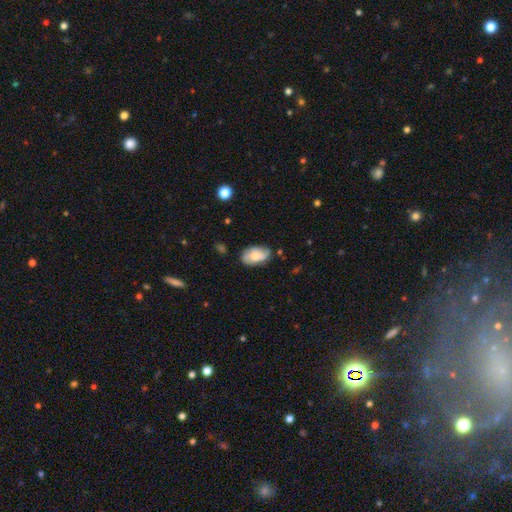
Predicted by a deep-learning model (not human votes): A smooth galaxy with no disk features (58%) that is in between round and cigar-shaped (90%).

Vote fractions:
- Smooth or featured? smooth: 58% / featured or disk: 34% / star or artifact: 8%
- How rounded? in between: 90% / round: 8% / cigar-shaped: 2%
- Merging? none: 70% / minor disturbance: 22% / major disturbance: 5% / merger: 2%